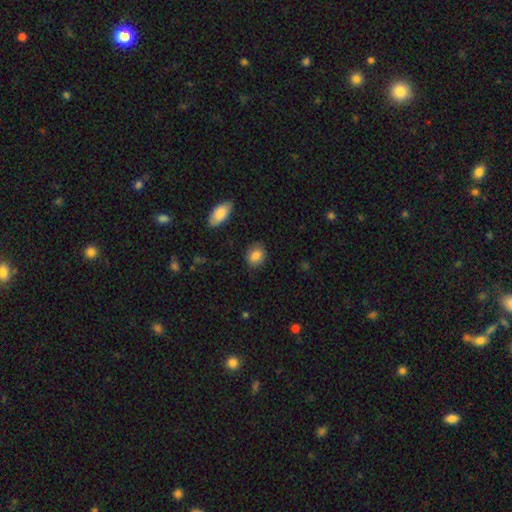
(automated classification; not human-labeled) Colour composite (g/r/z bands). It shows a smooth galaxy with no disk features (85%) that is round (53%). Merging: none (84%).